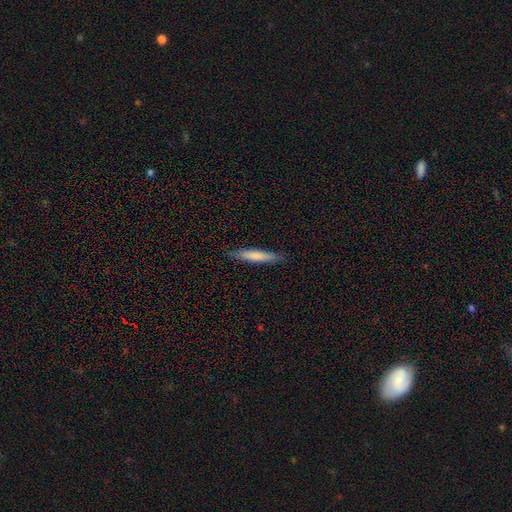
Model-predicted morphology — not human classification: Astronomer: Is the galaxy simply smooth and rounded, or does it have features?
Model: smooth — 74%.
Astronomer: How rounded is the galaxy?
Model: cigar-shaped — 92%.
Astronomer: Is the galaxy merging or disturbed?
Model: none — 86%.